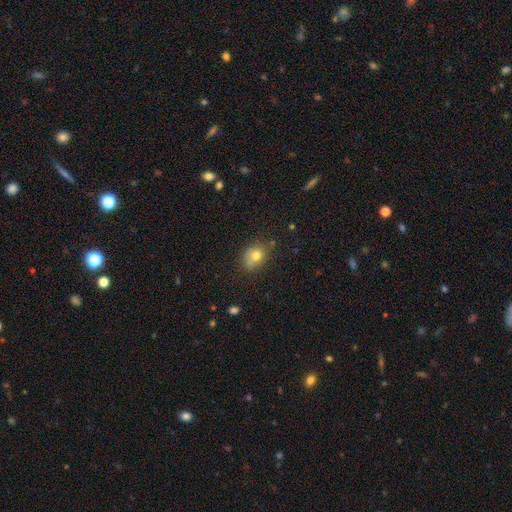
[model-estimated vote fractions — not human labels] A smooth galaxy with no disk features (74%) that is round (50%).

Vote fractions:
- Smooth or featured? smooth: 74% / featured or disk: 15% / star or artifact: 11%
- How rounded? round: 50% / in between: 49% / cigar-shaped: 1%
- Merging? none: 57% / minor disturbance: 29% / major disturbance: 10% / merger: 5%